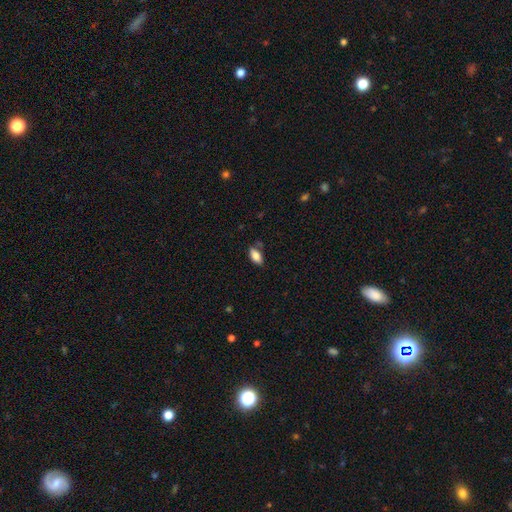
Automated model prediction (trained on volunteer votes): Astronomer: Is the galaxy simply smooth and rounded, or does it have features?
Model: smooth — 81%.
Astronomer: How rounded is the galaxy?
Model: in between — 90%.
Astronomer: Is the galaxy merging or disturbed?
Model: none — 76%.